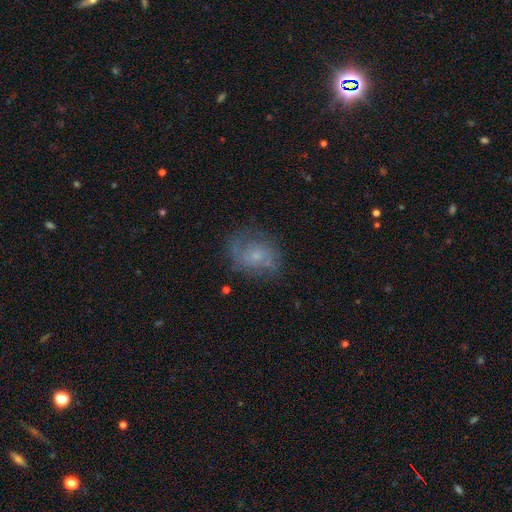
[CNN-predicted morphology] A featured or disk galaxy (52%) with no bar (70%), spiral arms (76%) and a small central bulge (61%). Merging: none (64%).